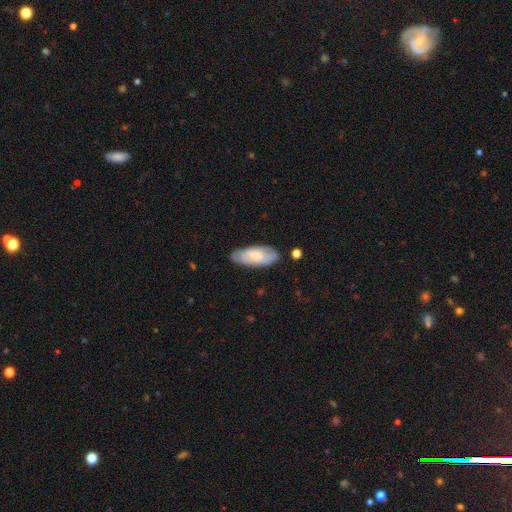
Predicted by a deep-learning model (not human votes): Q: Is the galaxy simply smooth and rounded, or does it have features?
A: smooth — 61%.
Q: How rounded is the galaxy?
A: in between — 83%.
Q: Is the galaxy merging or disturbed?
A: none — 76%.